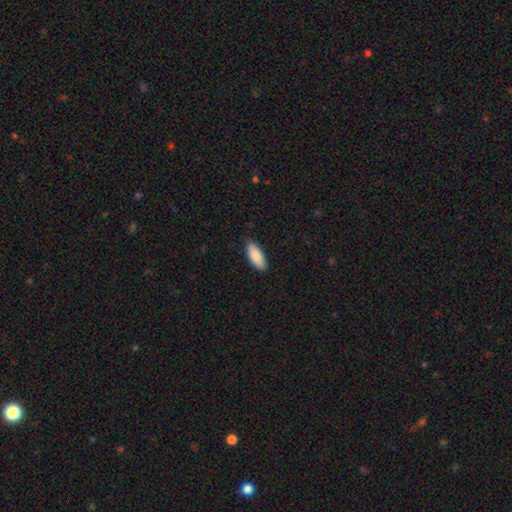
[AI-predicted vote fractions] The model was most divided on "how rounded": in between: 82%, cigar-shaped: 16%, round: 2%. More confident: smooth or featured — smooth (89%); merging — none (85%).